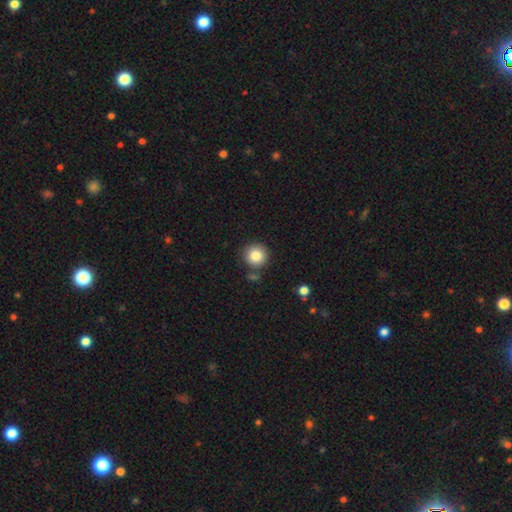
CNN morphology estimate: This appears to be a smooth galaxy with no disk features (85%) that is round (94%). Merging: none (82%).